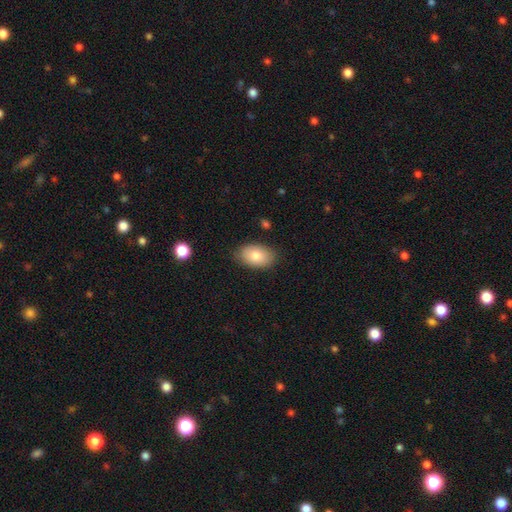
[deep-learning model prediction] This appears to be a smooth galaxy with no disk features (82%) that is in between round and cigar-shaped (92%). Merging: none (83%).